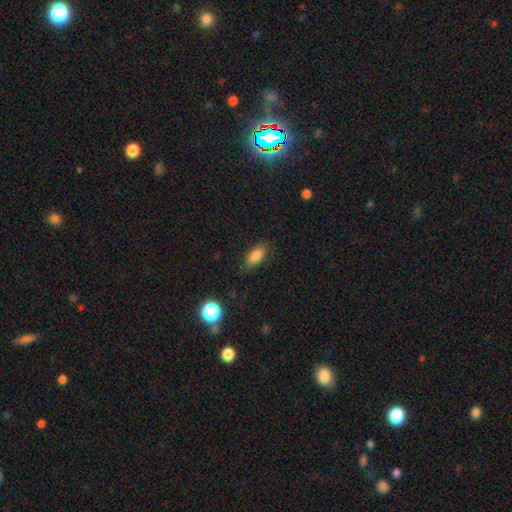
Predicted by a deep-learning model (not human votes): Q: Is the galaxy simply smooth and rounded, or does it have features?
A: smooth — 84%.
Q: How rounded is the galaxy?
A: in between — 88%.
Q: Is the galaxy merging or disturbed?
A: none — 82%.